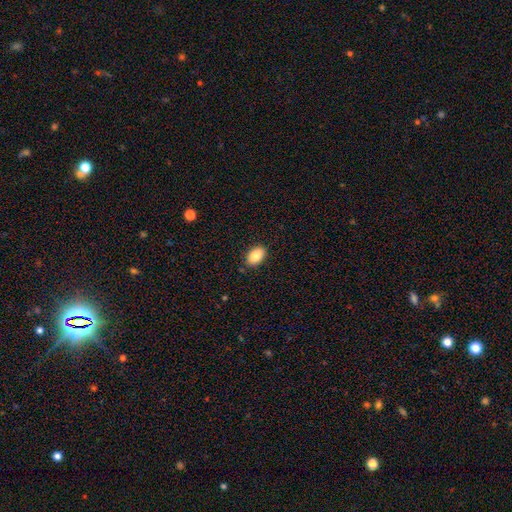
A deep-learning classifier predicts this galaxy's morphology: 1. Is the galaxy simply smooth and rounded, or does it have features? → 85% smooth, 8% star or artifact, 7% featured or disk.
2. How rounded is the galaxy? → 89% in between, 10% round, 1% cigar-shaped.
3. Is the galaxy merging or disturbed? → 87% none, 10% minor disturbance, 2% major disturbance, 1% merger.